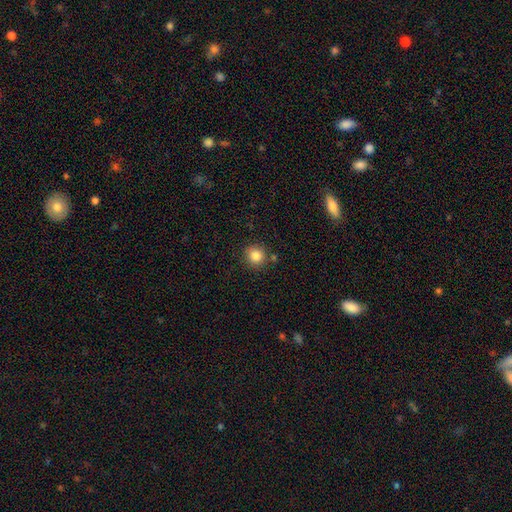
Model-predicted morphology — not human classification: Overall: smooth (83%). How rounded: round (91%). Merging: none (84%).